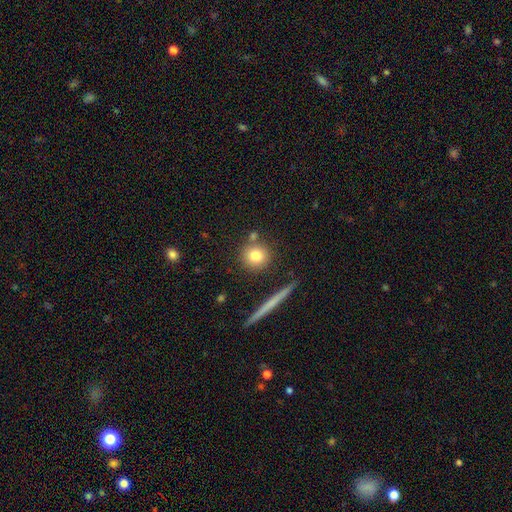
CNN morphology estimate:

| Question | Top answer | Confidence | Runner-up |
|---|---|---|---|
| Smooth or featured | smooth | 78% | featured or disk (12%) |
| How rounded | round | 91% | in between (7%) |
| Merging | none | 79% | minor disturbance (9%) |